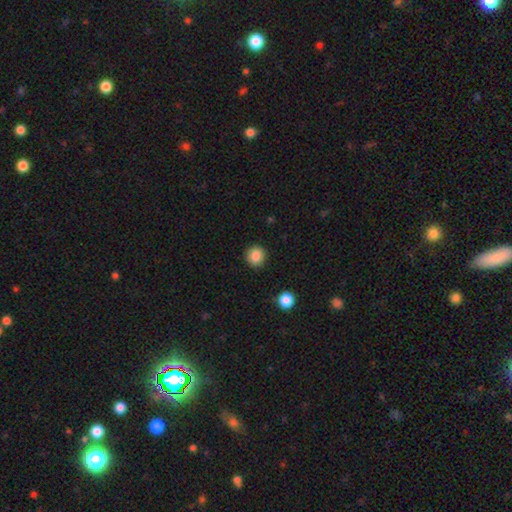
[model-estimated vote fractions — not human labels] This is clearly a smooth galaxy (86%). How rounded: clearly round (89%). Merging: clearly none (91%).